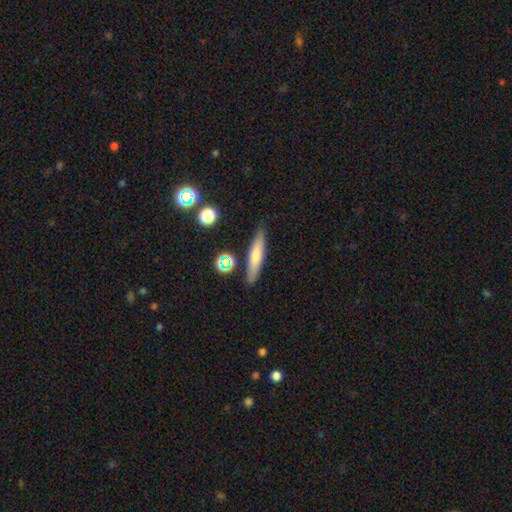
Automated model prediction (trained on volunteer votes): smooth-or-featured: smooth: 62% | featured or disk: 30% | star or artifact: 8%
  how-rounded: cigar-shaped: 82% | in between: 15% | round: 3%
  merging: none: 85% | minor disturbance: 10% | merger: 3% | major disturbance: 2%